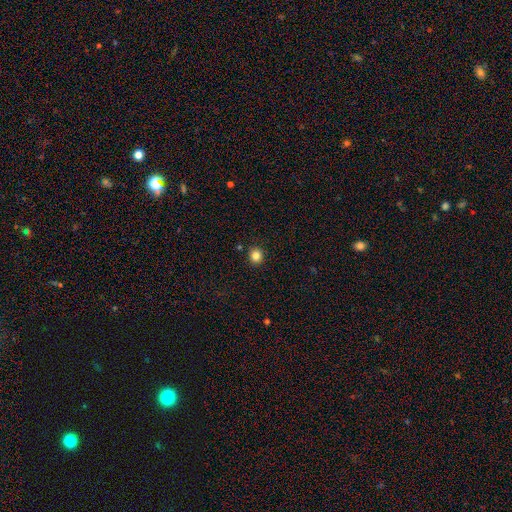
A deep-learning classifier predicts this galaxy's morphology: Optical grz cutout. It shows a smooth galaxy with no disk features (83%) that is round (89%). Merging: none (91%).